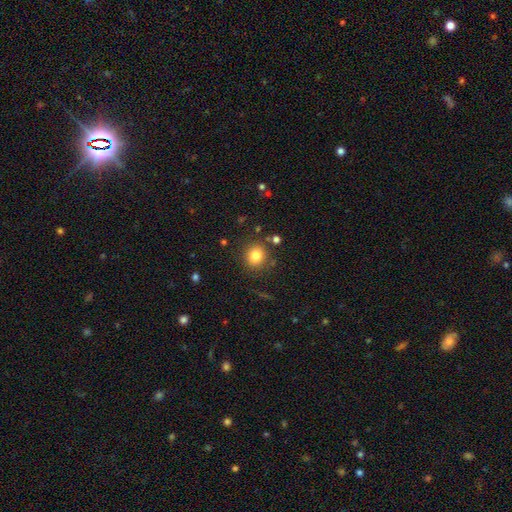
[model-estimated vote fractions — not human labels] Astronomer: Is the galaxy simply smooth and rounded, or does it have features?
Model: smooth — 81%.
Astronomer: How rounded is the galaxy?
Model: round — 83%.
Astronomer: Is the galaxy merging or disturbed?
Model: none — 84%.